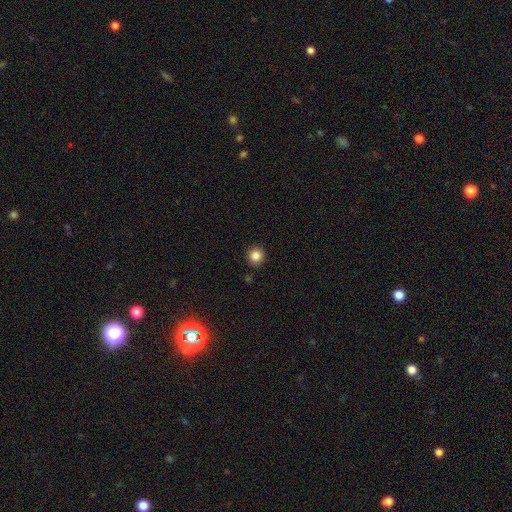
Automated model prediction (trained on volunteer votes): Smooth or featured? smooth (86%)
How rounded? round (94%)
Merging? none (91%)